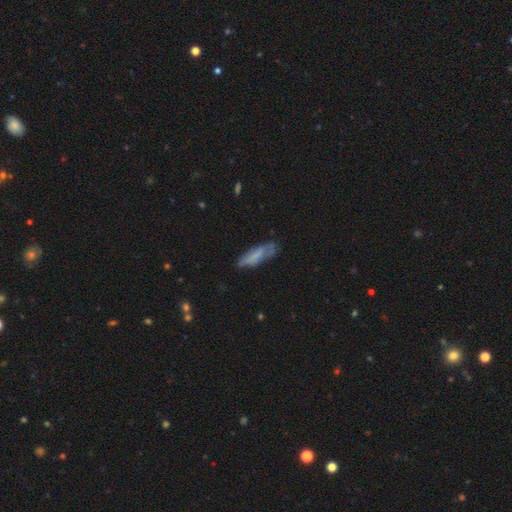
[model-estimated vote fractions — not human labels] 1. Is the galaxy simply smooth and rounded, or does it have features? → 60% smooth, 32% featured or disk, 8% star or artifact.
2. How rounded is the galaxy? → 58% cigar-shaped, 40% in between, 2% round.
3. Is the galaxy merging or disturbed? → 59% none, 27% minor disturbance, 10% major disturbance, 3% merger.